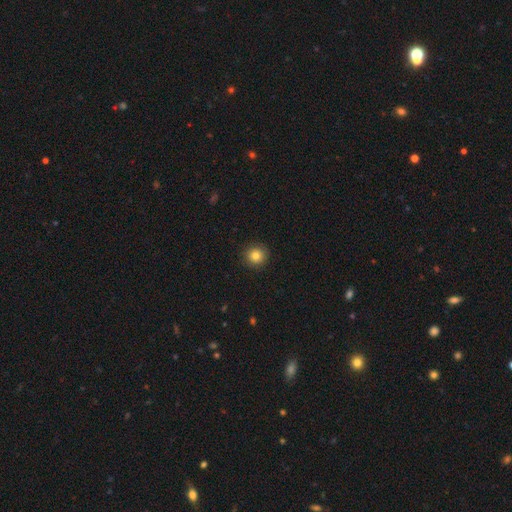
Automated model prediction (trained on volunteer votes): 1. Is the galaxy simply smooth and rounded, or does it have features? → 82% smooth, 11% star or artifact, 7% featured or disk.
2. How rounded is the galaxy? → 93% round, 6% in between, 1% cigar-shaped.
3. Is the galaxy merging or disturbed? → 92% none, 5% minor disturbance, 2% major disturbance, 1% merger.